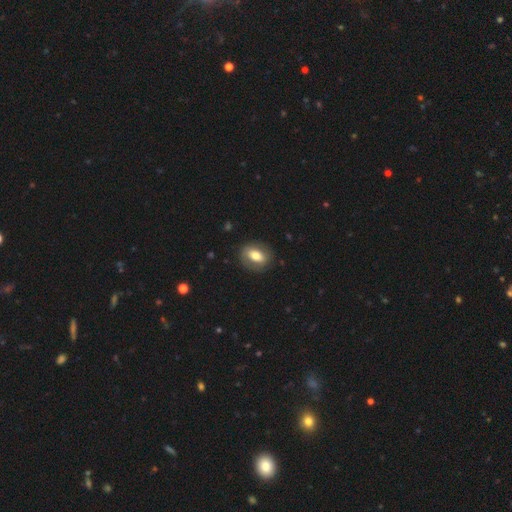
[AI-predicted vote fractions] Morphology: type=smooth (62%); roundness=in between (69%); merging=none (82%).